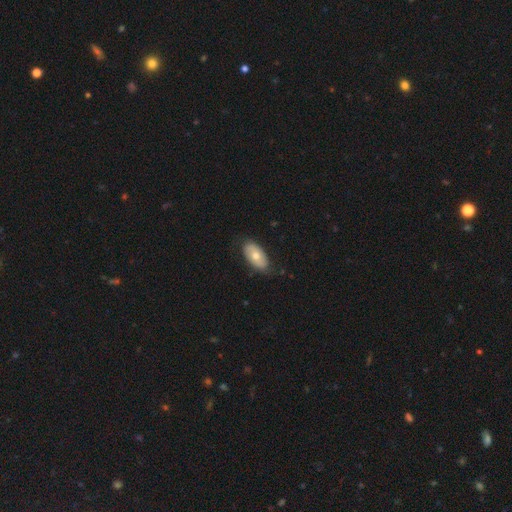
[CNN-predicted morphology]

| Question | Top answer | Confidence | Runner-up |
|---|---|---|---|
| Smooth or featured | smooth | 60% | featured or disk (34%) |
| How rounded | in between | 94% | round (4%) |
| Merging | none | 79% | minor disturbance (17%) |